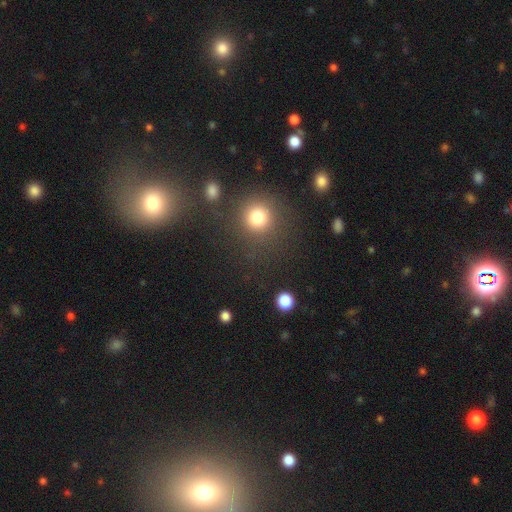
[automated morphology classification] smooth-or-featured: smooth: 57% | star or artifact: 35% | featured or disk: 8%
  how-rounded: round: 90% | in between: 9% | cigar-shaped: 1%
  merging: none: 75% | merger: 11% | minor disturbance: 8% | major disturbance: 5%